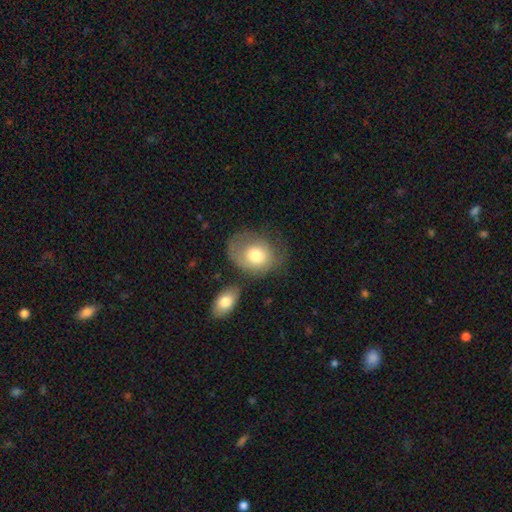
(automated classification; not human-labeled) Smooth or featured: smooth — 68% (featured or disk — 25%)
How rounded: in between — 53% (round — 46%)
Merging: none — 40% (minor disturbance — 26%)